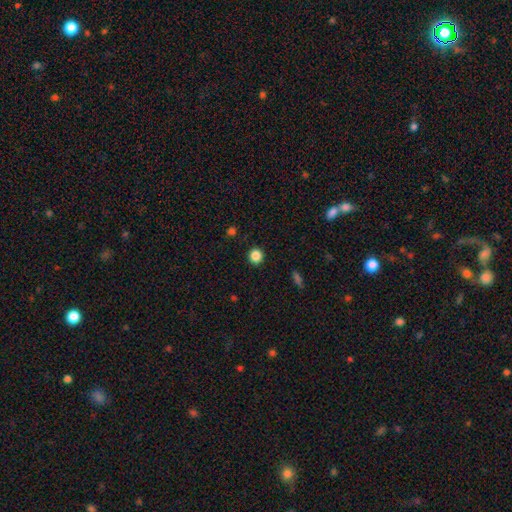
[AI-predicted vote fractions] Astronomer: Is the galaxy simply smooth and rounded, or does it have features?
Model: smooth — 86%.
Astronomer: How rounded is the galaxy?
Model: round — 94%.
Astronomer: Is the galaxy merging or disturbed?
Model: none — 93%.